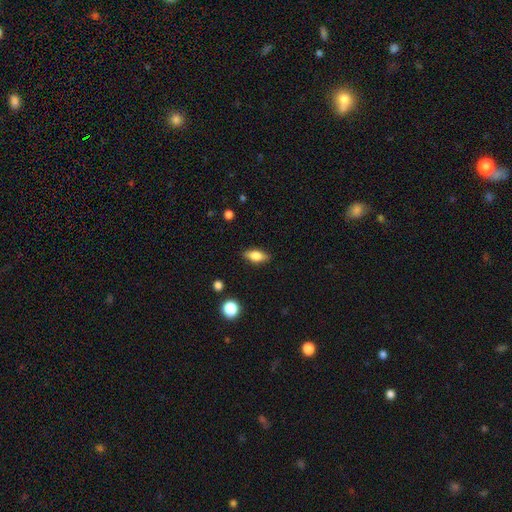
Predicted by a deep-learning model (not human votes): A smooth galaxy with no disk features (74%) that is in between round and cigar-shaped (78%).

Vote fractions:
- Smooth or featured? smooth: 74% / featured or disk: 19% / star or artifact: 8%
- How rounded? in between: 78% / cigar-shaped: 17% / round: 5%
- Merging? none: 86% / minor disturbance: 11% / major disturbance: 2% / merger: 1%